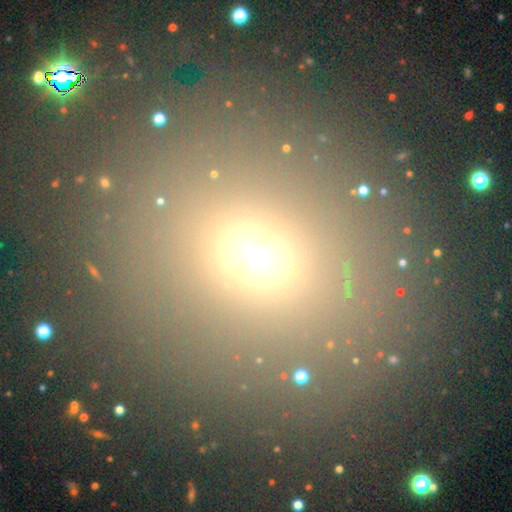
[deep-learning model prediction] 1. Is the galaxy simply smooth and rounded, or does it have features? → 62% smooth, 26% star or artifact, 12% featured or disk.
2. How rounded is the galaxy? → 51% round, 45% in between, 4% cigar-shaped.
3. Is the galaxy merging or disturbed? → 69% none, 12% minor disturbance, 12% merger, 8% major disturbance.